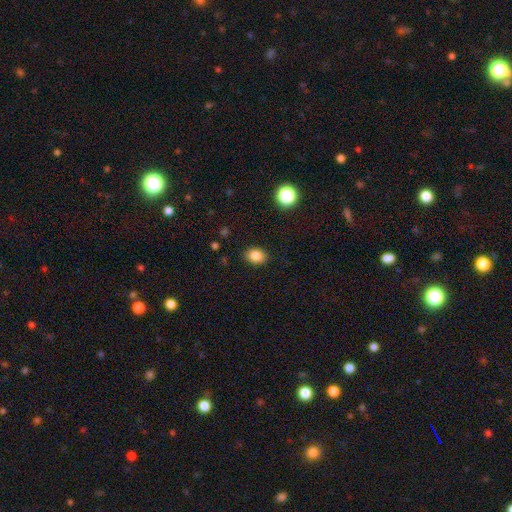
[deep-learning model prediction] smooth 84%, star or artifact 10%, featured or disk 5%. Down the decision tree: how rounded — in between (62%); merging — none (87%).